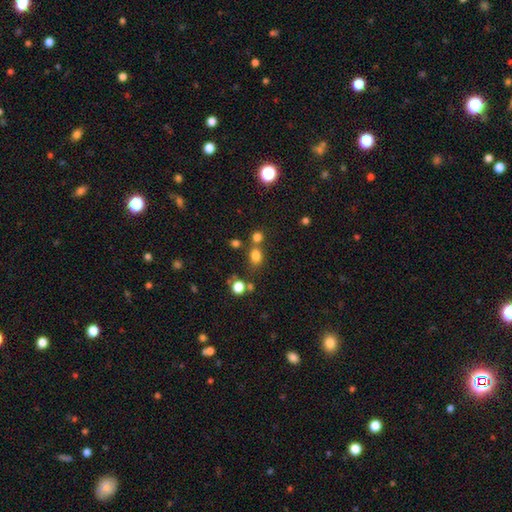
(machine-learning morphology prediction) The model was most divided on "how rounded": in between: 50%, round: 49%, cigar-shaped: 1%. More confident: smooth or featured — smooth (76%); merging — none (61%).